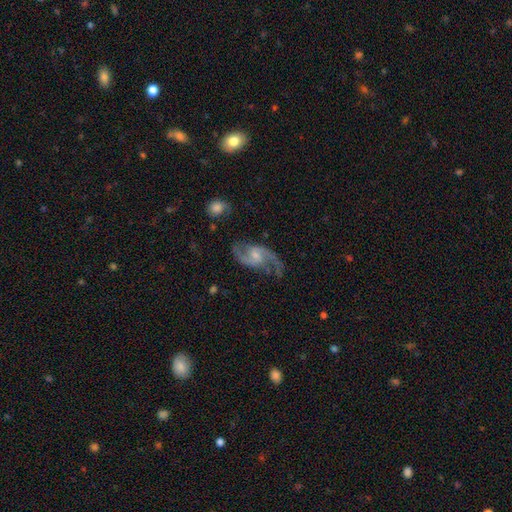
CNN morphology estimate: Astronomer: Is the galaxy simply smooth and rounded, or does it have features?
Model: featured or disk — 90%.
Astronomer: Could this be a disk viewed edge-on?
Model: no — 97%.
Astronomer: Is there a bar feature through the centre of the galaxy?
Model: weak — 49% (runner-up: no, 41%).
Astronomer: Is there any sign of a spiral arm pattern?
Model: yes — 97%.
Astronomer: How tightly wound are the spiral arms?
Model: loose — 51% (runner-up: medium, 41%).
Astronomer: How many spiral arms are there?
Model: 2 — 92%.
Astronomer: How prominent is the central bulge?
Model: small — 53% (runner-up: moderate, 36%).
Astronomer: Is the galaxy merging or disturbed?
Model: none — 71%.